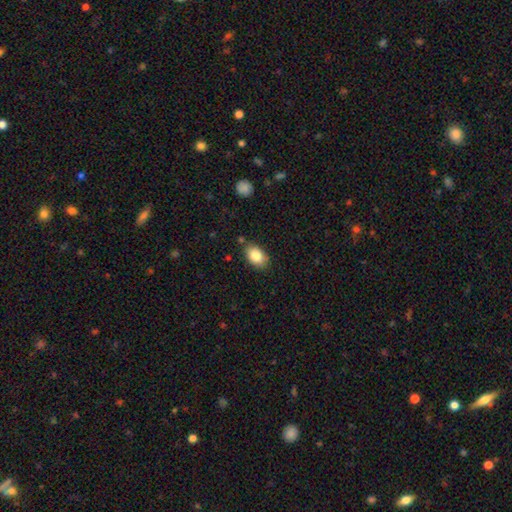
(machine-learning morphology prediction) Overall: smooth (84%). How rounded: in between (88%). Merging: none (82%).